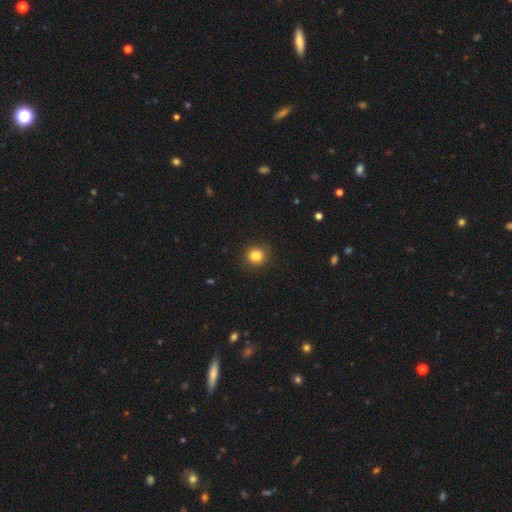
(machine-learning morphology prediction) This is clearly a smooth galaxy (84%). How rounded: clearly round (84%). Merging: clearly none (86%).